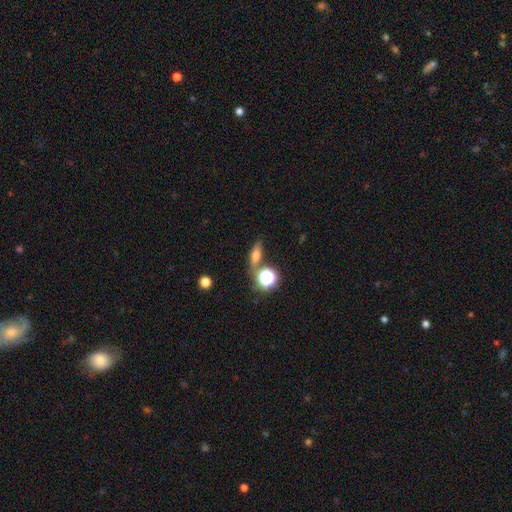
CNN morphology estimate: type=smooth (63%); roundness=in between (49%); merging=none (69%).